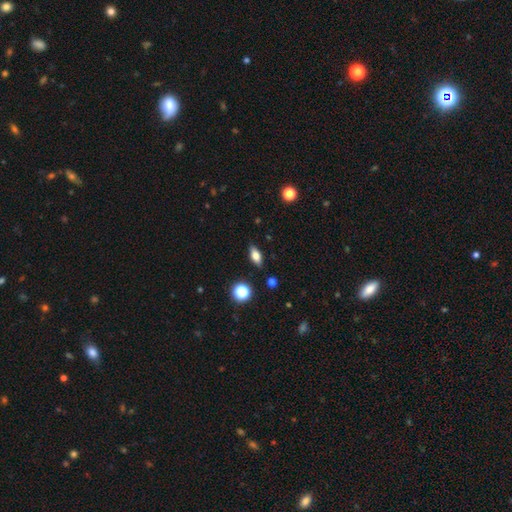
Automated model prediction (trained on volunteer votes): Morphology: type=smooth (68%); roundness=in between (77%); merging=none (87%).